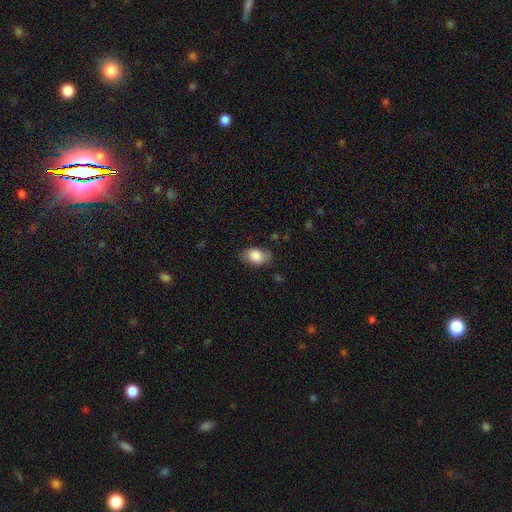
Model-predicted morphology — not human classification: smooth_or_featured: smooth (p=0.84) [alt: featured or disk p=0.09]
how_rounded: in between (p=0.85) [alt: round p=0.13]
merging: none (p=0.75) [alt: minor disturbance p=0.19]